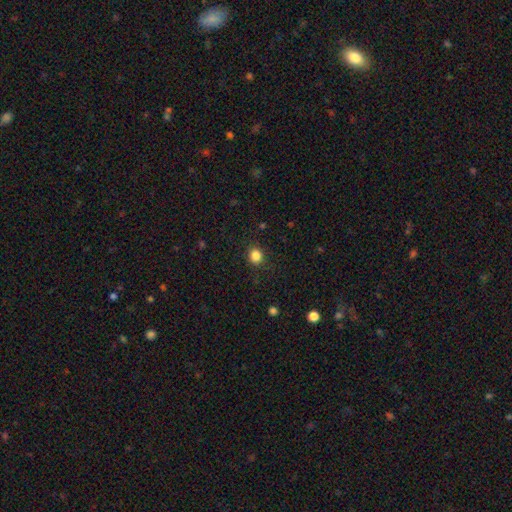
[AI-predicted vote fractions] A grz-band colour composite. It shows a smooth galaxy with no disk features (85%) that is round (80%). Merging: none (88%).